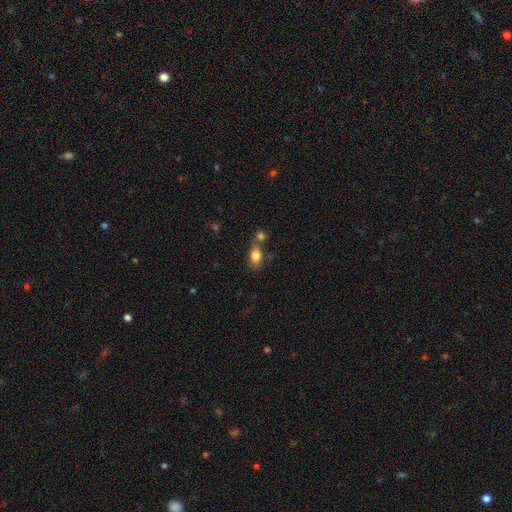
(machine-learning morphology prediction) smooth-or-featured: smooth: 82% | star or artifact: 9% | featured or disk: 9%
  how-rounded: in between: 79% | round: 18% | cigar-shaped: 2%
  merging: none: 51% | merger: 31% | minor disturbance: 14% | major disturbance: 5%